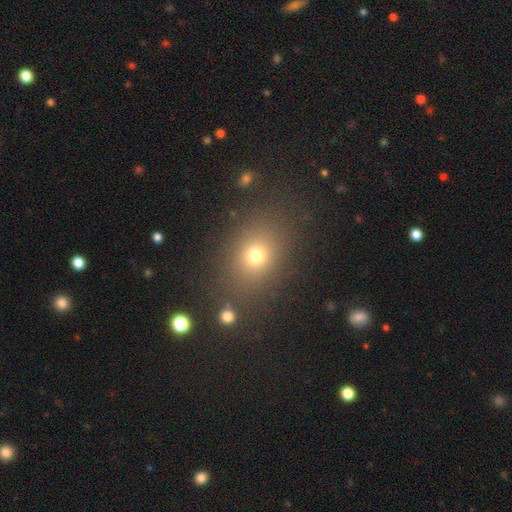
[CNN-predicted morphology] Smooth or featured?
  - smooth: 71% *
  - star or artifact: 19%
  - featured or disk: 10%
How rounded?
  - round: 50% *
  - in between: 49%
  - cigar-shaped: 2%
Merging?
  - none: 80% *
  - minor disturbance: 11%
  - major disturbance: 5%
  - merger: 4%